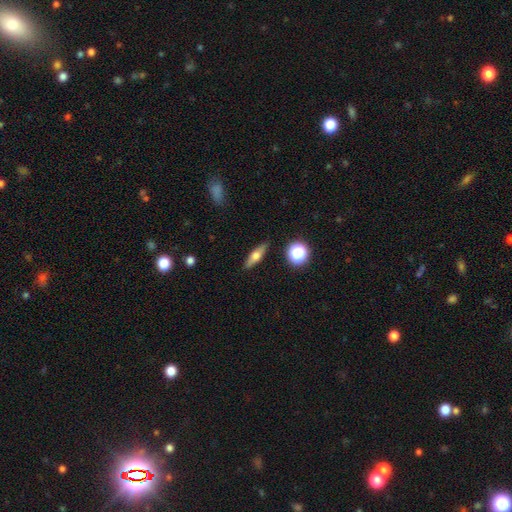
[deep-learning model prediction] This is possibly a smooth galaxy (50%). How rounded: possibly cigar-shaped (53%). Merging: clearly none (88%).